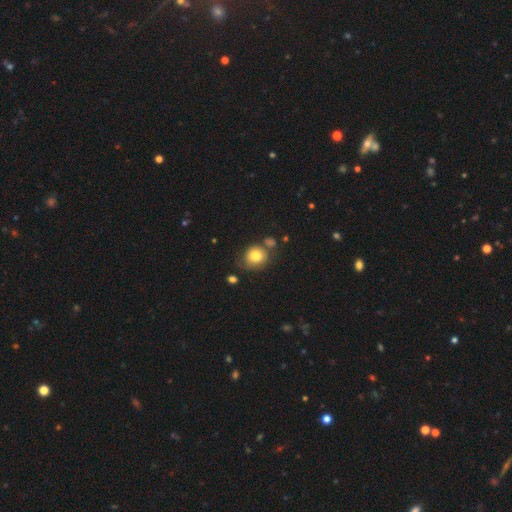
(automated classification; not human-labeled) Smooth or featured?
  - smooth: 80% *
  - featured or disk: 10%
  - star or artifact: 10%
How rounded?
  - round: 78% *
  - in between: 21%
  - cigar-shaped: 1%
Merging?
  - none: 63% *
  - minor disturbance: 19%
  - merger: 12%
  - major disturbance: 6%